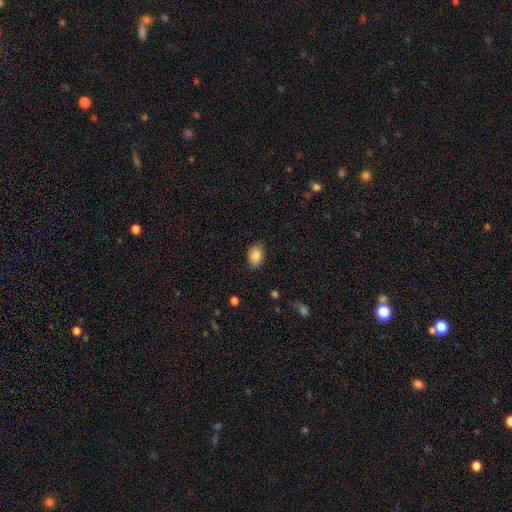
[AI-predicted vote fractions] A smooth galaxy with no disk features (87%) that is in between round and cigar-shaped (79%). Merging: none (81%).